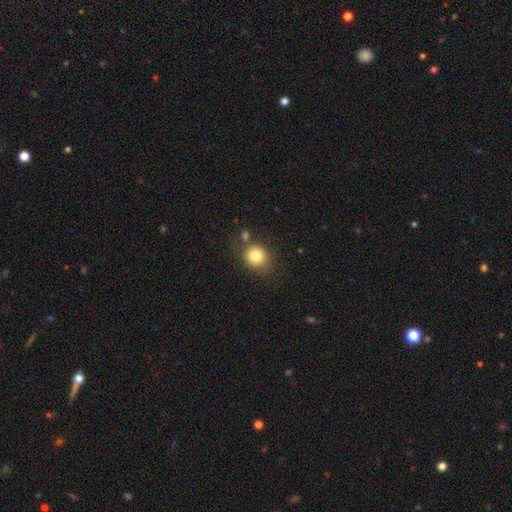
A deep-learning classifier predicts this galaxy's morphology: Smooth or featured?
  - smooth: 82% *
  - star or artifact: 10%
  - featured or disk: 8%
How rounded?
  - round: 73% *
  - in between: 26%
  - cigar-shaped: 1%
Merging?
  - none: 65% *
  - minor disturbance: 17%
  - merger: 13%
  - major disturbance: 6%